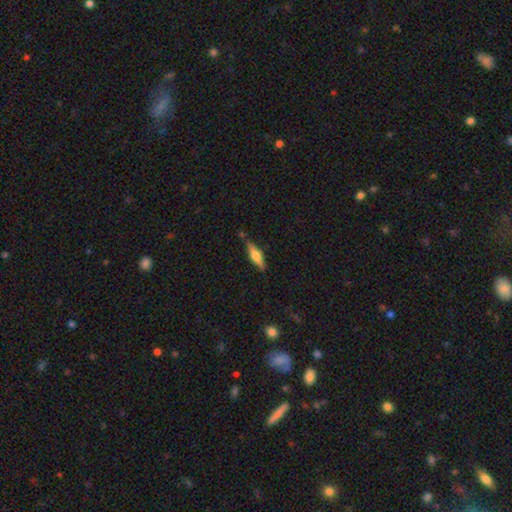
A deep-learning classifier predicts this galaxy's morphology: smooth_or_featured: featured or disk (p=0.49) [alt: smooth p=0.44]
merging: none (p=0.79) [alt: minor disturbance p=0.14]